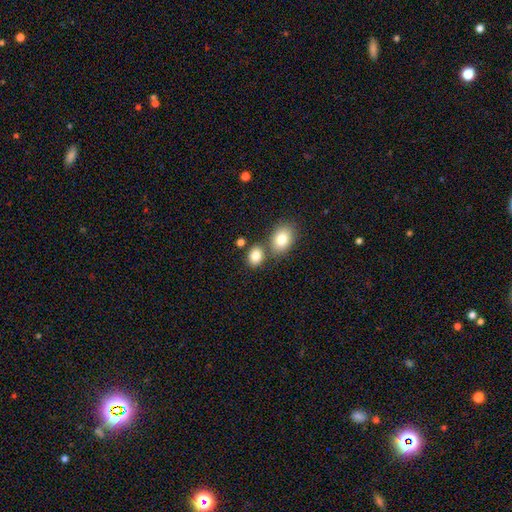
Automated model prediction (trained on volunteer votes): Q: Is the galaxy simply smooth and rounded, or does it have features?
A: smooth — 82%.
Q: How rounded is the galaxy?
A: in between — 58%.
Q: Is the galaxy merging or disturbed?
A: none — 62%.